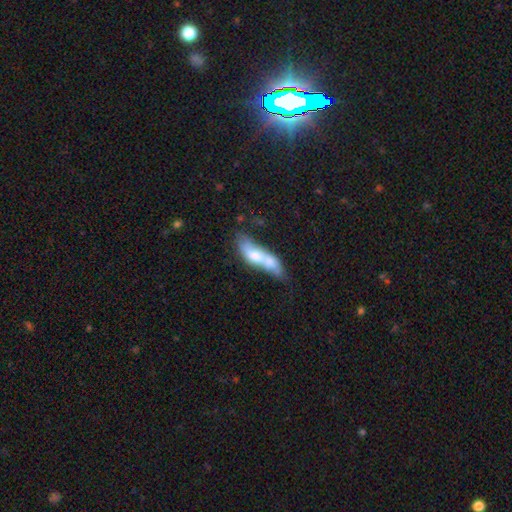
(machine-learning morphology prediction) Q: Smooth or featured?
A: smooth (57%); runner-up: featured or disk (36%)
Q: How rounded?
A: in between (57%); runner-up: cigar-shaped (40%)
Q: Merging?
A: merger (53%); runner-up: none (21%)